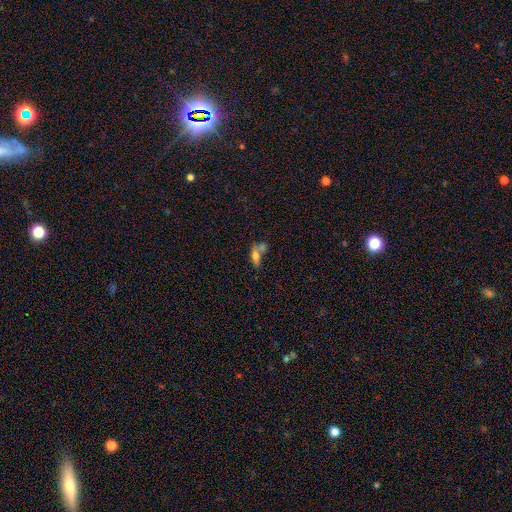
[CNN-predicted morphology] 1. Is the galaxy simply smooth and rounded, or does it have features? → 63% smooth, 26% featured or disk, 10% star or artifact.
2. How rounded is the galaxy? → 73% in between, 21% cigar-shaped, 6% round.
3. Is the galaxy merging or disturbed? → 48% merger, 27% none, 14% minor disturbance, 11% major disturbance.